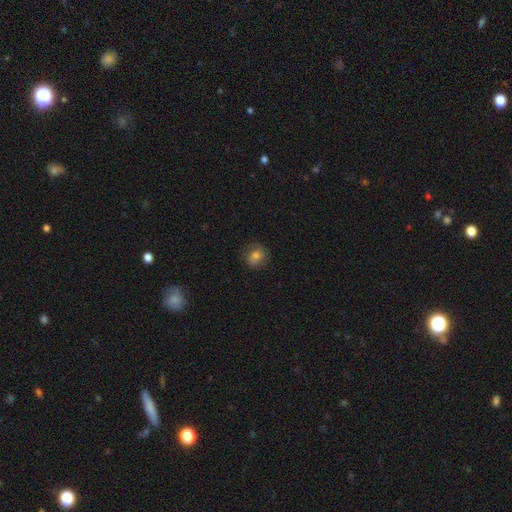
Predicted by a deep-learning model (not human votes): This is likely a smooth galaxy (71%). How rounded: likely round (76%). Merging: likely none (75%).